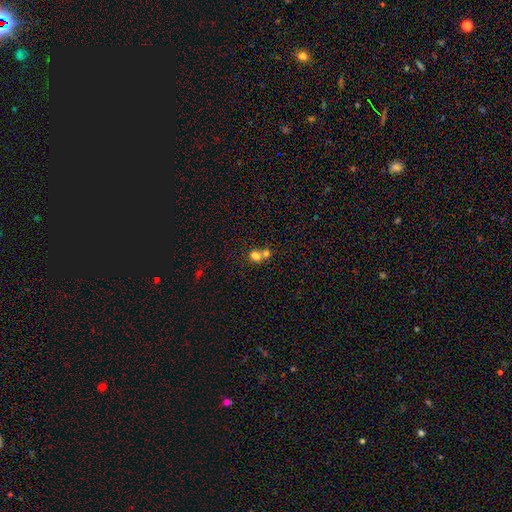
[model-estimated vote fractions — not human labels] Smooth or featured? smooth (76%)
How rounded? round (70%)
Merging? merger (59%)